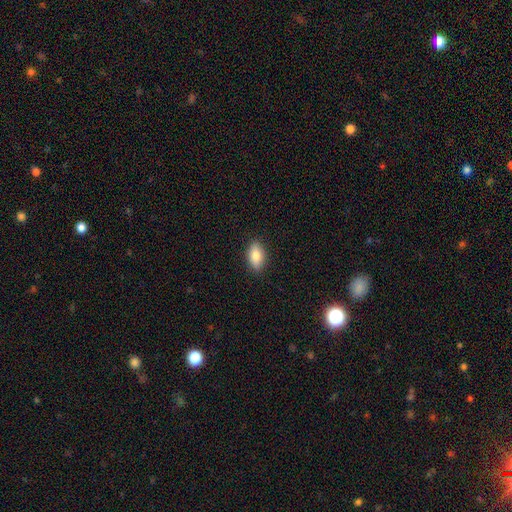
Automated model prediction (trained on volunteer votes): smooth-or-featured: smooth: 81% | featured or disk: 11% | star or artifact: 7%
  how-rounded: in between: 88% | cigar-shaped: 7% | round: 5%
  merging: none: 88% | minor disturbance: 9% | major disturbance: 2% | merger: 1%